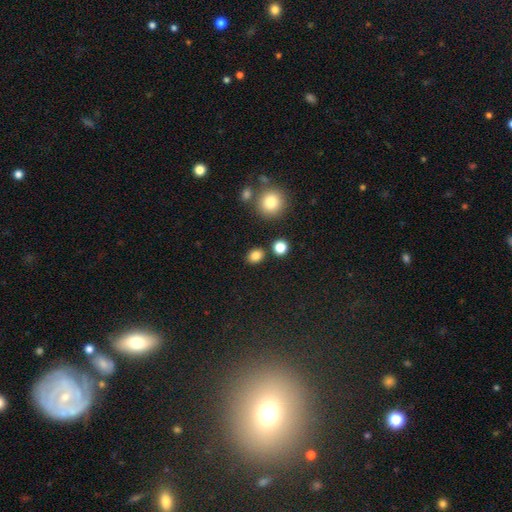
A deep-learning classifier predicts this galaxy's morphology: Smooth or featured?
  - smooth: 83% *
  - star or artifact: 12%
  - featured or disk: 5%
How rounded?
  - round: 53% *
  - in between: 46%
  - cigar-shaped: 1%
Merging?
  - none: 84% *
  - minor disturbance: 8%
  - merger: 5%
  - major disturbance: 3%